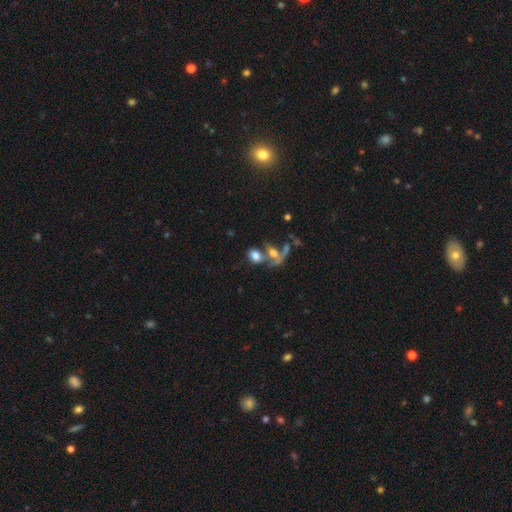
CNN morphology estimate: type=smooth (68%); roundness=in between (71%); merging=merger (56%).